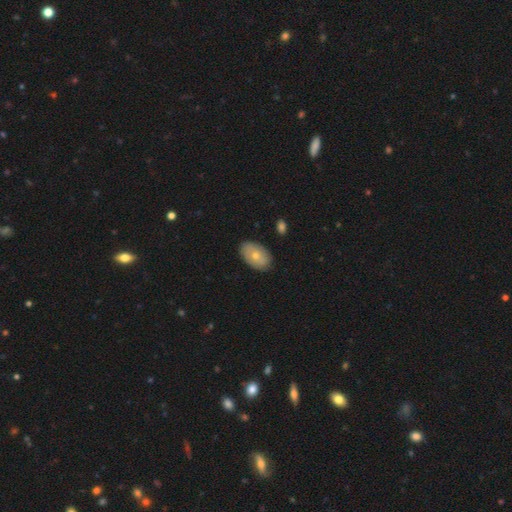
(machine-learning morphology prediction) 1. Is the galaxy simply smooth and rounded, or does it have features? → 67% smooth, 27% featured or disk, 6% star or artifact.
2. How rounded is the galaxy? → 90% in between, 9% round, 1% cigar-shaped.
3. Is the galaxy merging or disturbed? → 85% none, 12% minor disturbance, 2% major disturbance, 1% merger.